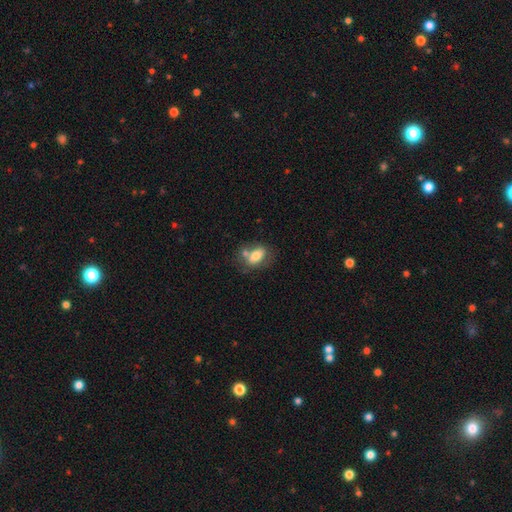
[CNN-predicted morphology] This appears to be a smooth galaxy with no disk features (71%) that is in between round and cigar-shaped (83%). Merging: none (43%).